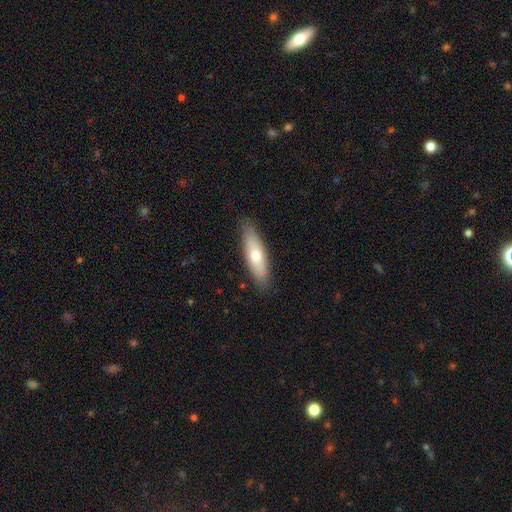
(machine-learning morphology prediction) A smooth galaxy with no disk features (63%) that is cigar-shaped (54%). Merging: none (86%).